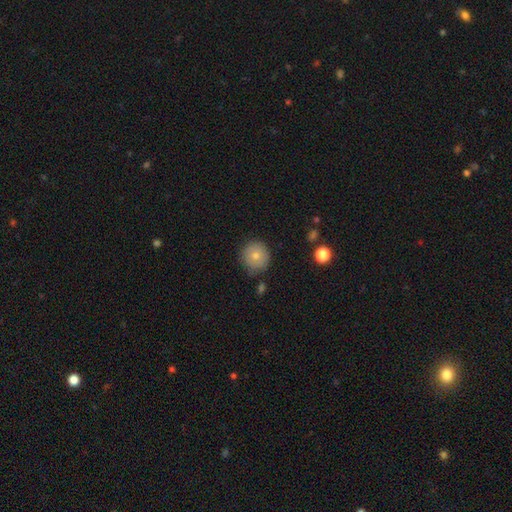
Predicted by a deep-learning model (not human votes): Smooth or featured? Predicted: smooth (p=0.76). How rounded? Predicted: round (p=0.92). Merging? Predicted: none (p=0.82).